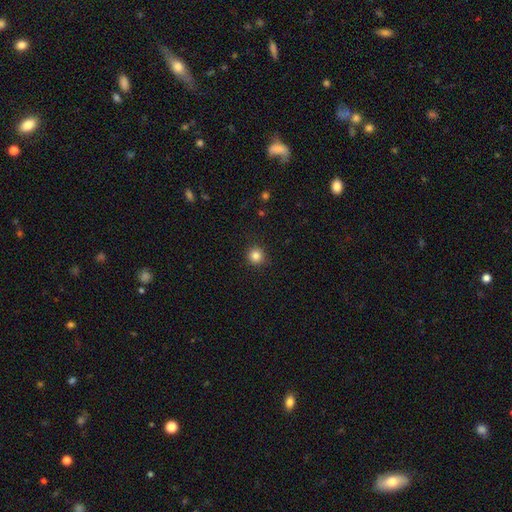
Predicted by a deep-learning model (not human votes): Q: Smooth or featured?
A: smooth (84%); runner-up: star or artifact (11%)
Q: How rounded?
A: round (94%); runner-up: in between (5%)
Q: Merging?
A: none (91%); runner-up: minor disturbance (6%)